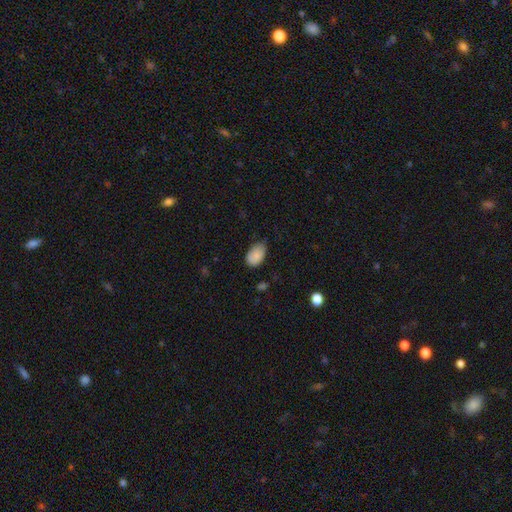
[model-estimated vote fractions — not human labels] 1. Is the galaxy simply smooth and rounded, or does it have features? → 86% smooth, 7% star or artifact, 7% featured or disk.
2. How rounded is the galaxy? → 91% in between, 8% round, 1% cigar-shaped.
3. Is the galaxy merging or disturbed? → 60% none, 34% minor disturbance, 5% major disturbance, 1% merger.